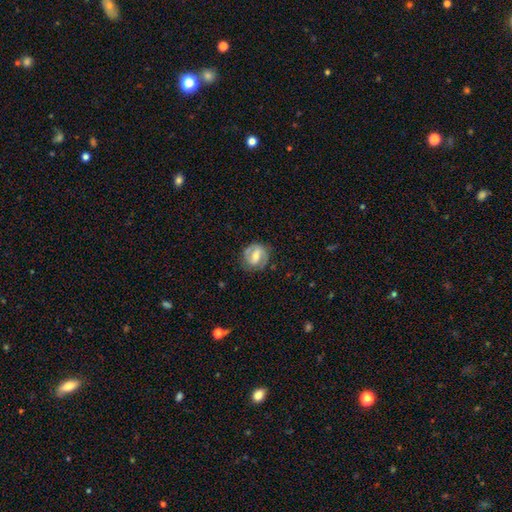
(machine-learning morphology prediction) Smooth or featured?
  - featured or disk: 70% *
  - smooth: 23%
  - star or artifact: 6%
Edge-on disk?
  - no: 97% *
  - yes: 3%
Bar?
  - strong: 44% *
  - weak: 42%
  - no: 15%
Spiral arms?
  - yes: 83% *
  - no: 17%
Spiral winding?
  - tight: 45% *
  - medium: 42%
  - loose: 14%
Spiral arm count?
  - 2: 82% *
  - can't tell: 10%
  - 1: 5%
  - 3: 1%
  - 4: 1%
  - more than 4: 1%
Bulge size?
  - moderate: 54% *
  - small: 32%
  - large: 9%
  - none: 4%
  - dominant: 1%
Merging?
  - none: 77% *
  - minor disturbance: 15%
  - major disturbance: 6%
  - merger: 1%